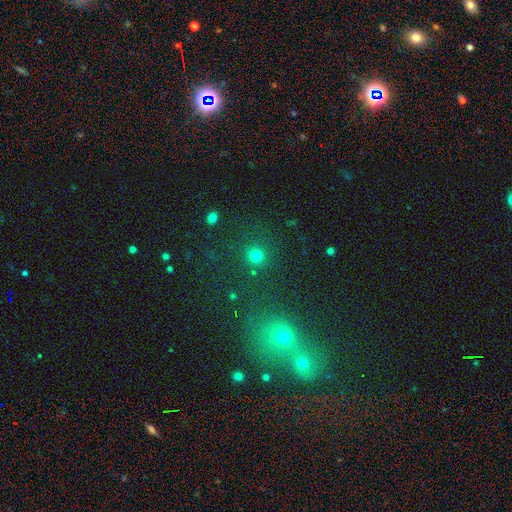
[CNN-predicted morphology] Q: Smooth or featured?
A: smooth (75%); runner-up: star or artifact (19%)
Q: How rounded?
A: round (91%); runner-up: in between (8%)
Q: Merging?
A: none (82%); runner-up: minor disturbance (8%)